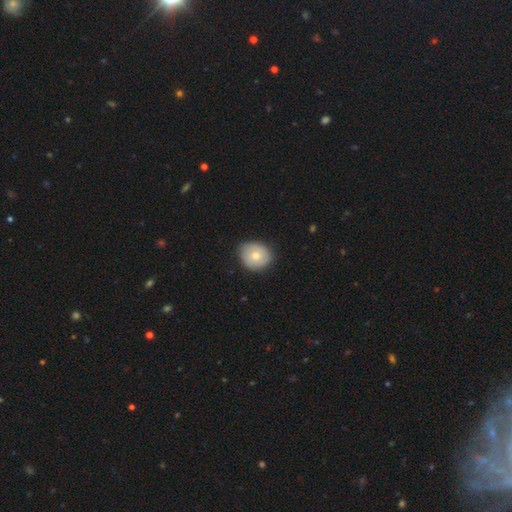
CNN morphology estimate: Smooth or featured? Predicted: smooth (p=0.67). How rounded? Predicted: round (p=0.71). Merging? Predicted: none (p=0.77).